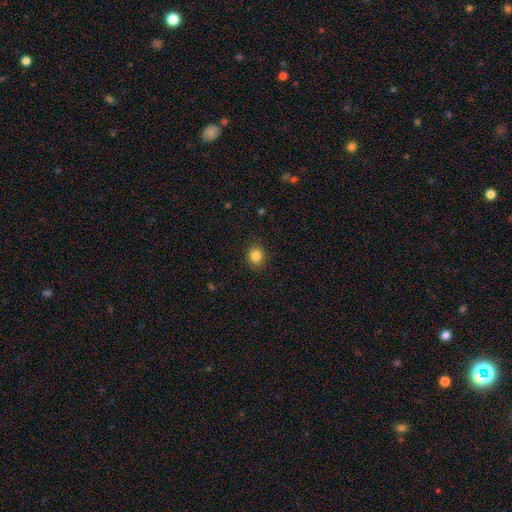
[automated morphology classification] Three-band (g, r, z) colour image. It shows a smooth galaxy with no disk features (85%) that is round (77%). Merging: none (90%).